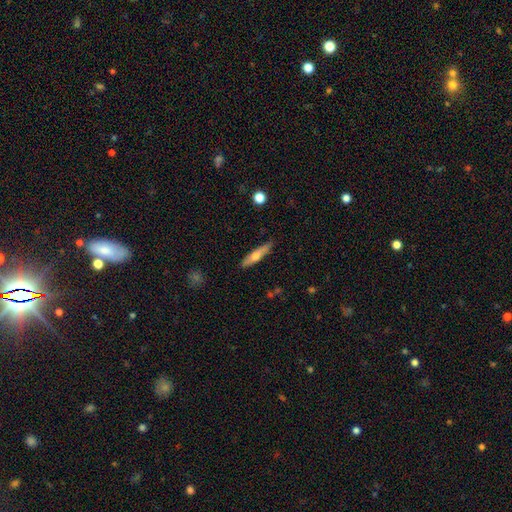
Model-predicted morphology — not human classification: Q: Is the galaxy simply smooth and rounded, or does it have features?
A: smooth — 54%.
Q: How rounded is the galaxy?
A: cigar-shaped — 84%.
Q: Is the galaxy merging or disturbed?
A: none — 85%.